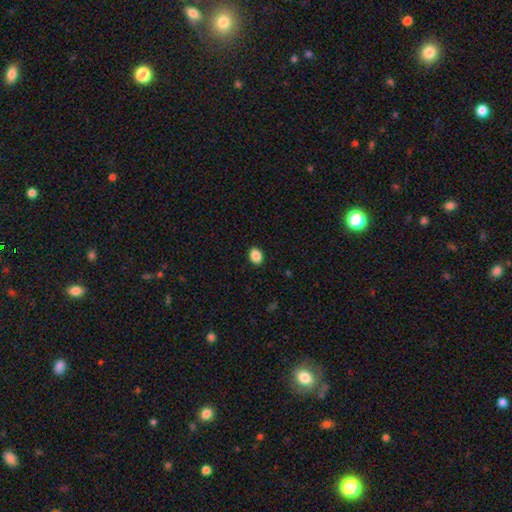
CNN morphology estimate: This is clearly a smooth galaxy (88%). How rounded: likely in between (66%). Merging: clearly none (91%).